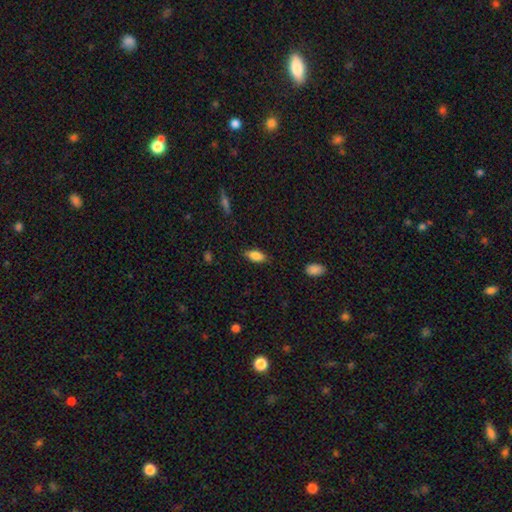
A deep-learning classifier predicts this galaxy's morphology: smooth-or-featured: smooth: 85% | featured or disk: 8% | star or artifact: 7%
  how-rounded: in between: 86% | cigar-shaped: 11% | round: 3%
  merging: none: 82% | minor disturbance: 13% | major disturbance: 3% | merger: 1%